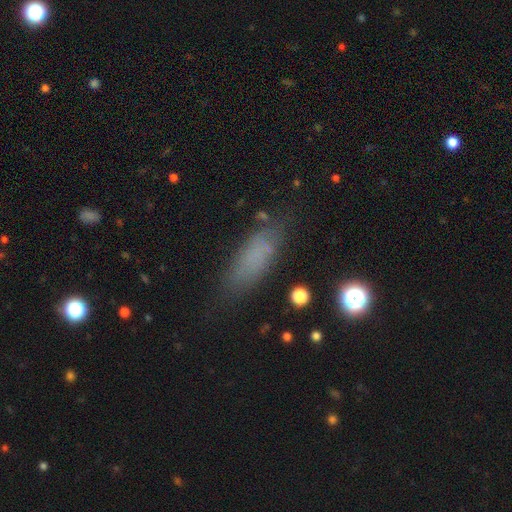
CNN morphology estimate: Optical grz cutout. It shows a smooth galaxy with no disk features (71%) that is in between round and cigar-shaped (60%). Merging: none (72%).